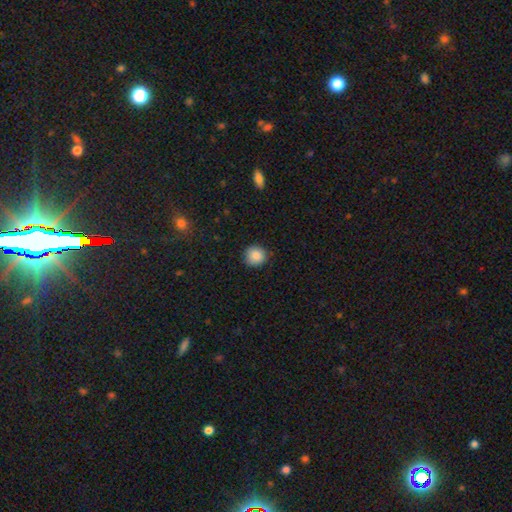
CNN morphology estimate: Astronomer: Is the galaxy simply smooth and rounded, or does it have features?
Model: smooth — 88%.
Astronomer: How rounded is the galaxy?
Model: round — 92%.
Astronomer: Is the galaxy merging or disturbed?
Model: none — 89%.